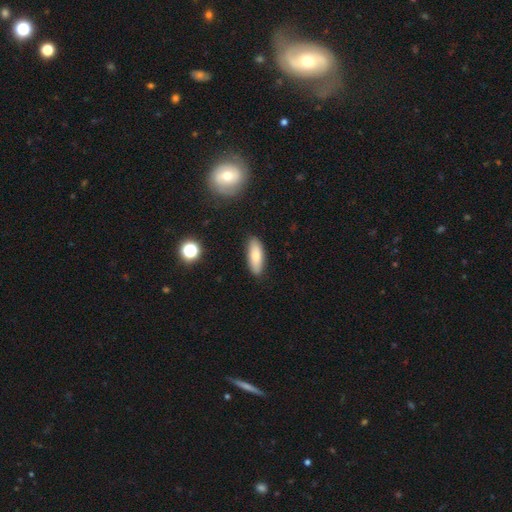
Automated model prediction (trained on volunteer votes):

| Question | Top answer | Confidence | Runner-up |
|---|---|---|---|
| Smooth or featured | smooth | 79% | featured or disk (14%) |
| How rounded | in between | 65% | cigar-shaped (33%) |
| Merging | none | 86% | minor disturbance (10%) |